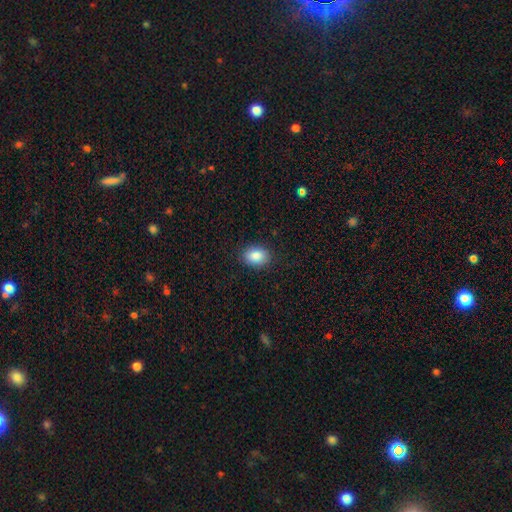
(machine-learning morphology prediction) smooth_or_featured: smooth (p=0.87) [alt: star or artifact p=0.08]
how_rounded: in between (p=0.75) [alt: round p=0.24]
merging: none (p=0.87) [alt: minor disturbance p=0.09]